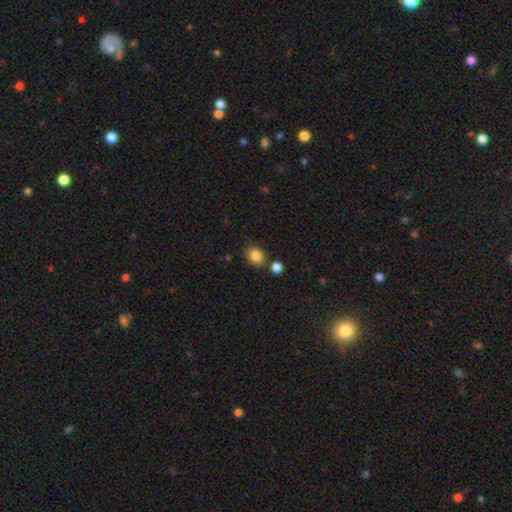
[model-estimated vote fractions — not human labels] Smooth or featured? Predicted: smooth (p=0.85). How rounded? Predicted: round (p=0.64). Merging? Predicted: none (p=0.73).